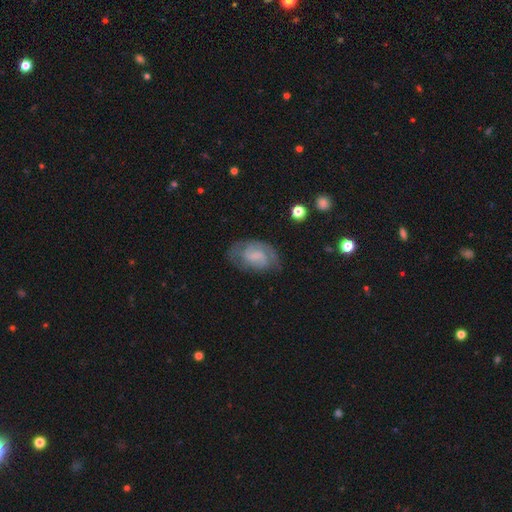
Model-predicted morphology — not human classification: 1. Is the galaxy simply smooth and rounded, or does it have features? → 62% featured or disk, 30% smooth, 8% star or artifact.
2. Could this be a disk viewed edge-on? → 97% no, 3% yes.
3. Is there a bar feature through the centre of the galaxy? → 46% weak, 43% no, 11% strong.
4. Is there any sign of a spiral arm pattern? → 86% yes, 14% no.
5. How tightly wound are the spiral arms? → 43% tight, 41% medium, 15% loose.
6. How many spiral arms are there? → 60% 2, 21% can't tell, 11% 1, 4% 3, 2% 4, 2% more than 4.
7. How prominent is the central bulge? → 49% none, 26% small, 18% moderate, 7% large, 1% dominant.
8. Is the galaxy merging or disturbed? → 67% none, 22% minor disturbance, 10% major disturbance, 2% merger.